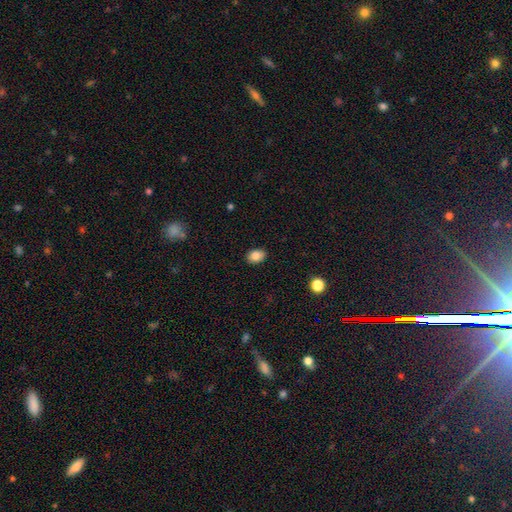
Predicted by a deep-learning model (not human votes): A smooth galaxy with no disk features (85%) that is in between round and cigar-shaped (74%).

Vote fractions:
- Smooth or featured? smooth: 85% / star or artifact: 9% / featured or disk: 6%
- How rounded? in between: 74% / round: 25% / cigar-shaped: 1%
- Merging? none: 87% / minor disturbance: 10% / major disturbance: 2% / merger: 1%